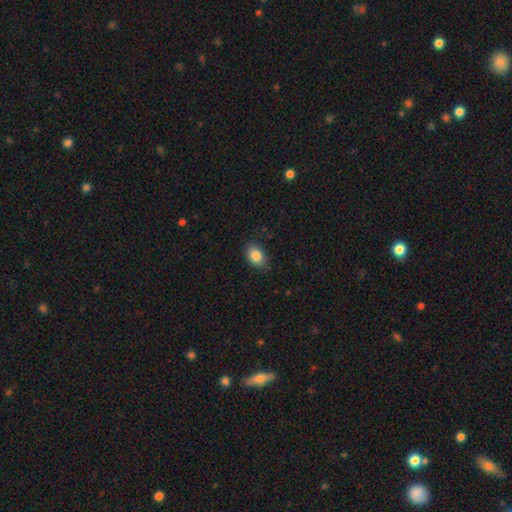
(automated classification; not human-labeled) Smooth or featured: smooth — 85% (star or artifact — 8%)
How rounded: in between — 82% (round — 17%)
Merging: none — 84% (minor disturbance — 13%)